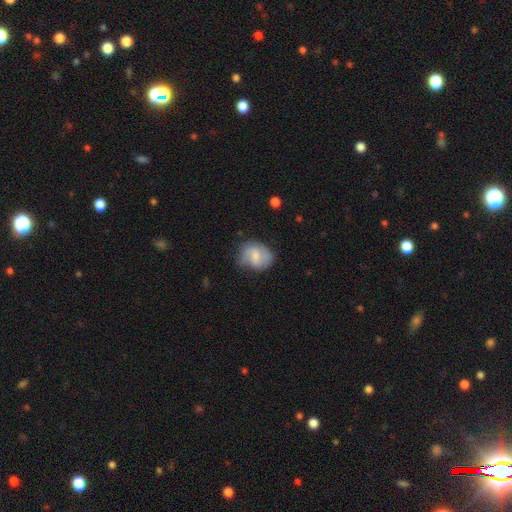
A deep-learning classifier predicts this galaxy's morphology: This appears to be a smooth galaxy with no disk features (51%) that is in between round and cigar-shaped (52%). Merging: none (48%).